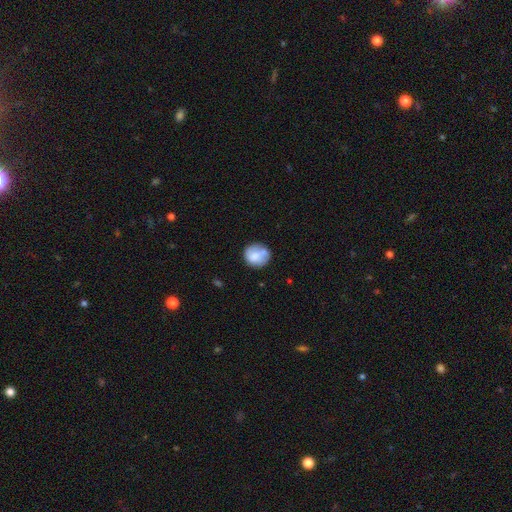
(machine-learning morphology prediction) A smooth galaxy with no disk features (69%) that is round (82%).

Vote fractions:
- Smooth or featured? smooth: 69% / featured or disk: 23% / star or artifact: 7%
- How rounded? round: 82% / in between: 17% / cigar-shaped: 1%
- Merging? none: 62% / minor disturbance: 21% / merger: 9% / major disturbance: 7%